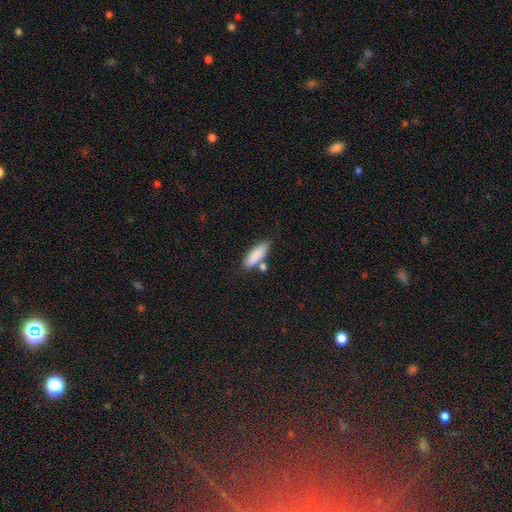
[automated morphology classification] This is clearly a smooth galaxy (86%). How rounded: possibly in between (55%). Merging: likely none (64%).